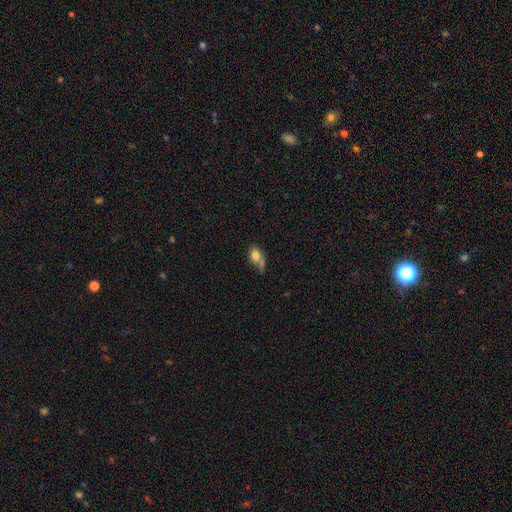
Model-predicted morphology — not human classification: type=smooth (74%); roundness=in between (74%); merging=none (34%).